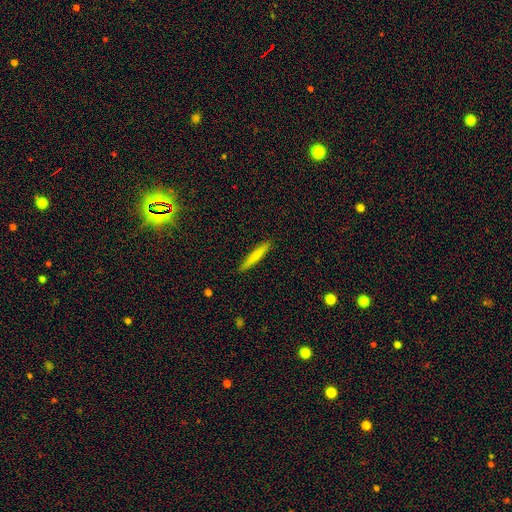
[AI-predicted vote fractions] Morphology: type=smooth (71%); roundness=cigar-shaped (94%); merging=none (90%).